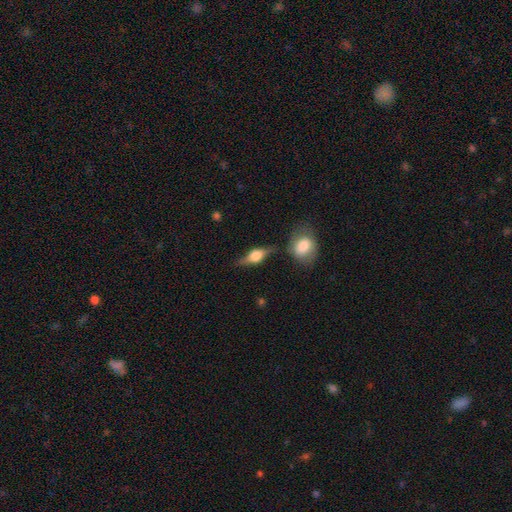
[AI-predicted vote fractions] Q: Smooth or featured?
A: featured or disk (62%); runner-up: smooth (31%)
Q: Edge-on disk?
A: yes (91%); runner-up: no (9%)
Q: Edge-on bulge?
A: rounded (93%); runner-up: boxy (6%)
Q: Merging?
A: none (73%); runner-up: minor disturbance (16%)